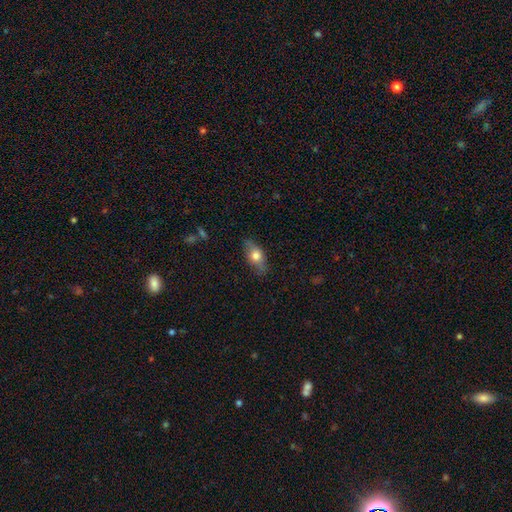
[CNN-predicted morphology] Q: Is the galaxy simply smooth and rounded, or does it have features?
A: smooth — 65%.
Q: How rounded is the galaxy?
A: in between — 80%.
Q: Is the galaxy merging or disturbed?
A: none — 81%.